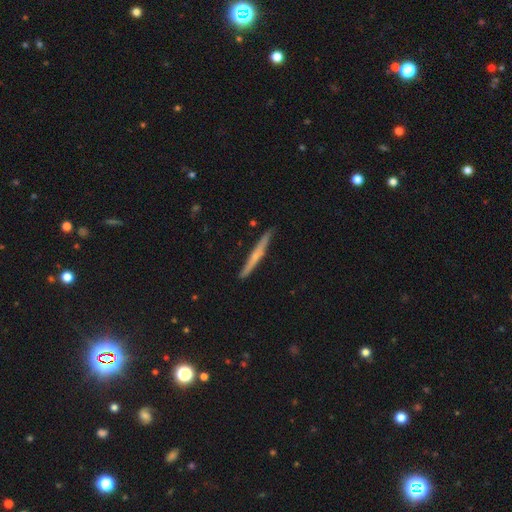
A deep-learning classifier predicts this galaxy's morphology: This is possibly a featured or disk galaxy (54%). It is clearly viewed edge-on (96%). Edge-on bulge: possibly none (51%). Merging: clearly none (87%).